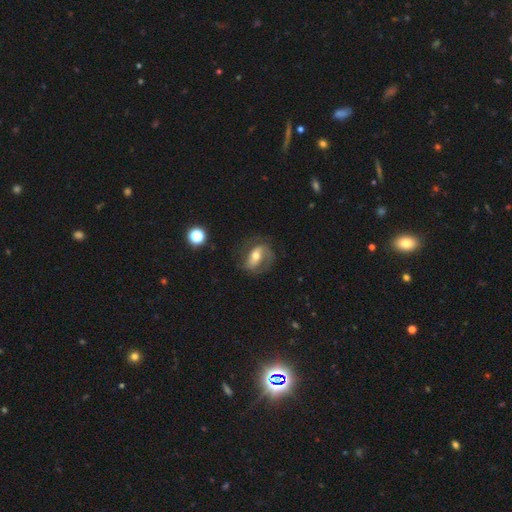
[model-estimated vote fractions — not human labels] Smooth or featured: featured or disk — 66% (smooth — 26%)
Edge-on disk: no — 94% (yes — 6%)
Bar: strong — 37% (weak — 33%)
Spiral arms: yes — 82% (no — 18%)
Spiral winding: medium — 45% (tight — 29%)
Spiral arm count: 2 — 70% (1 — 15%)
Bulge size: moderate — 67% (small — 23%)
Merging: none — 63% (minor disturbance — 20%)